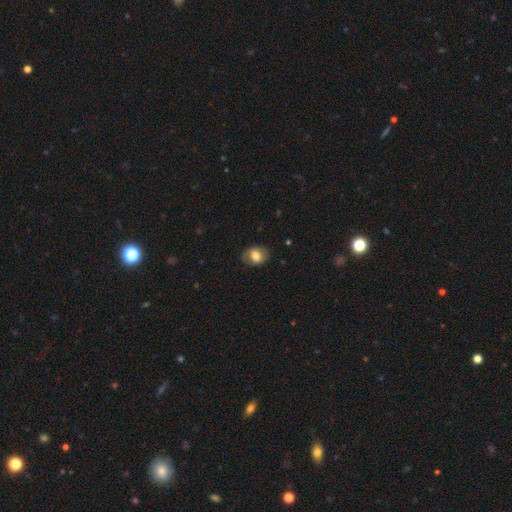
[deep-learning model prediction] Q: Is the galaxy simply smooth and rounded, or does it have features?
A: smooth — 73%.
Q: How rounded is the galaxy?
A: in between — 57%.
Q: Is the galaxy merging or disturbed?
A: none — 78%.